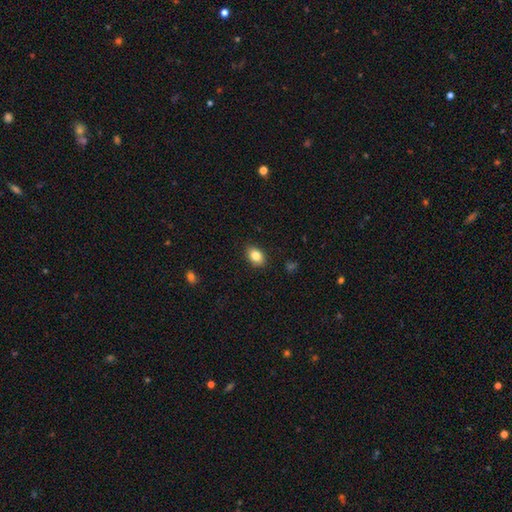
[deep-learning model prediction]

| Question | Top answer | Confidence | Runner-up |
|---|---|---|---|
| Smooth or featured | smooth | 84% | star or artifact (9%) |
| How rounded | in between | 81% | round (18%) |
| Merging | none | 88% | minor disturbance (9%) |